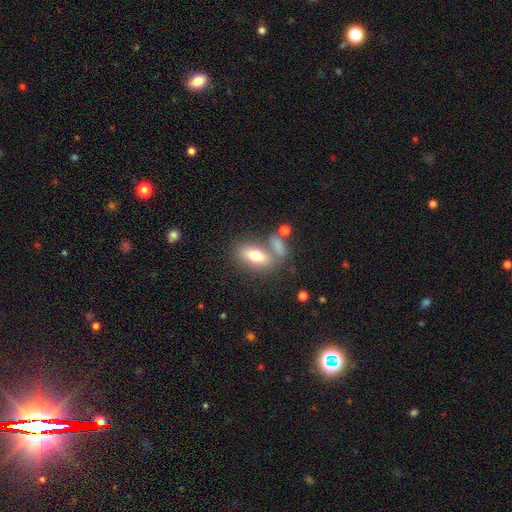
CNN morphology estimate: A smooth galaxy with no disk features (72%) that is in between round and cigar-shaped (81%). Merging: none (56%).